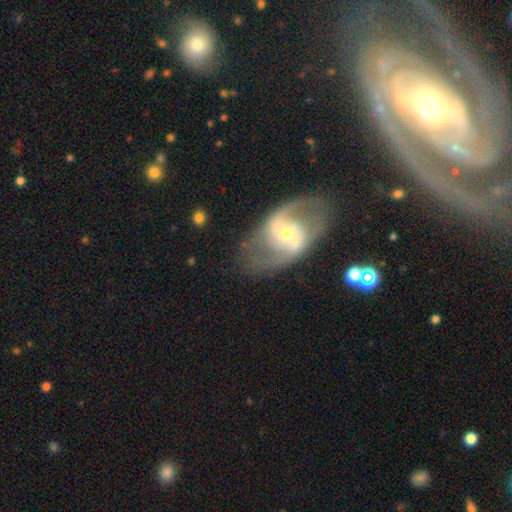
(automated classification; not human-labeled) A featured or disk galaxy (84%) with a weak bar (41%), 2 (88%) medium (46%) spiral arms (90%) and a small central bulge (52%). Merging: none (74%).